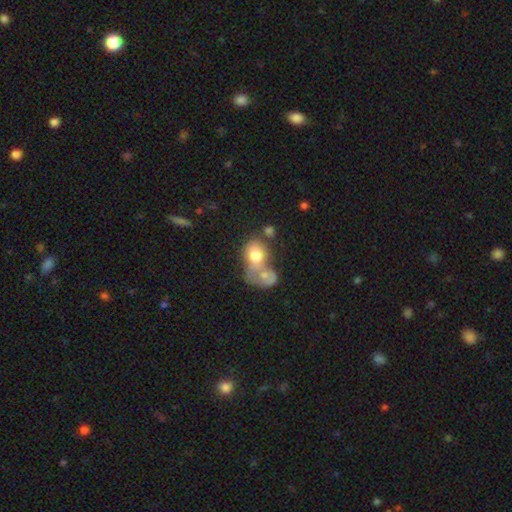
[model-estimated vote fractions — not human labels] Smooth or featured?
  - smooth: 71% *
  - featured or disk: 20%
  - star or artifact: 9%
How rounded?
  - in between: 60% *
  - round: 38%
  - cigar-shaped: 1%
Merging?
  - merger: 67% *
  - none: 16%
  - major disturbance: 10%
  - minor disturbance: 8%